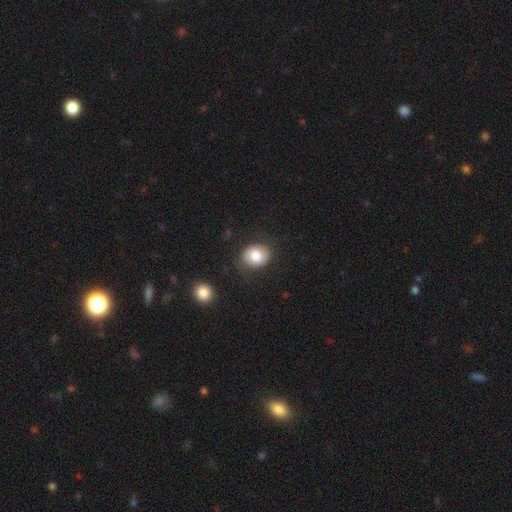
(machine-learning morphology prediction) smooth_or_featured: smooth (p=0.79) [alt: featured or disk p=0.13]
how_rounded: round (p=0.50) [tied with: in between p=0.50]
merging: none (p=0.79) [alt: minor disturbance p=0.15]